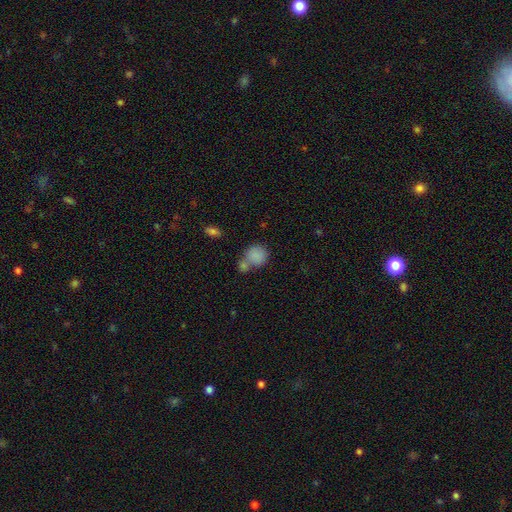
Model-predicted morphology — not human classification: This is clearly a smooth galaxy (84%). How rounded: likely round (75%). Merging: marginally merger (42%).